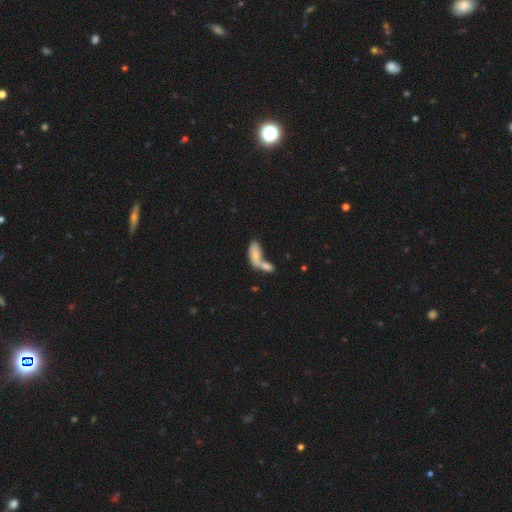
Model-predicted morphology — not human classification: Overall: smooth (65%; featured or disk 26%). How rounded: in between (80%). Merging: merger (68%).